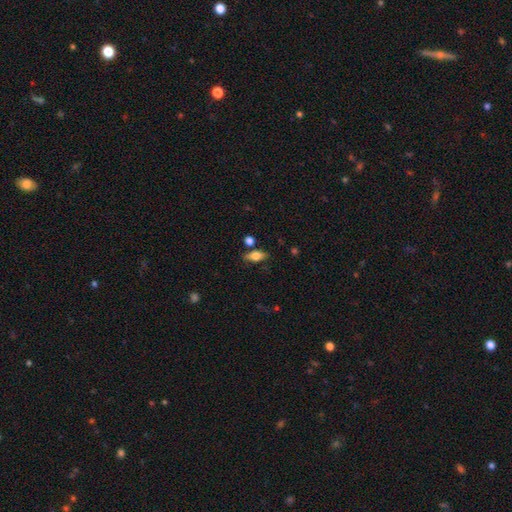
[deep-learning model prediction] smooth_or_featured: smooth (p=0.65) [alt: featured or disk p=0.27]
how_rounded: in between (p=0.77) [alt: cigar-shaped p=0.18]
merging: none (p=0.76) [alt: minor disturbance p=0.13]